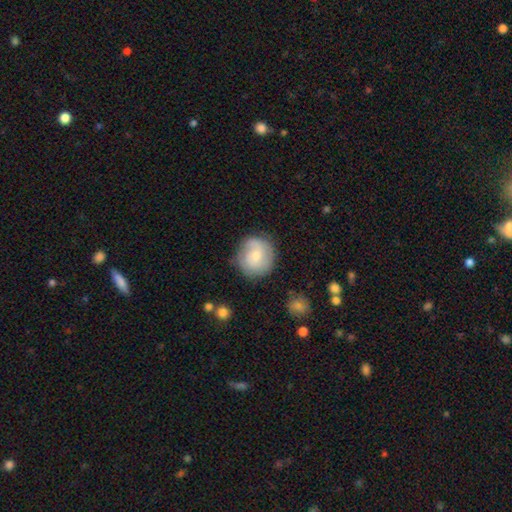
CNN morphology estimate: Smooth or featured?
  - featured or disk: 49% *
  - smooth: 44%
  - star or artifact: 7%
Merging?
  - none: 76% *
  - minor disturbance: 17%
  - major disturbance: 5%
  - merger: 2%